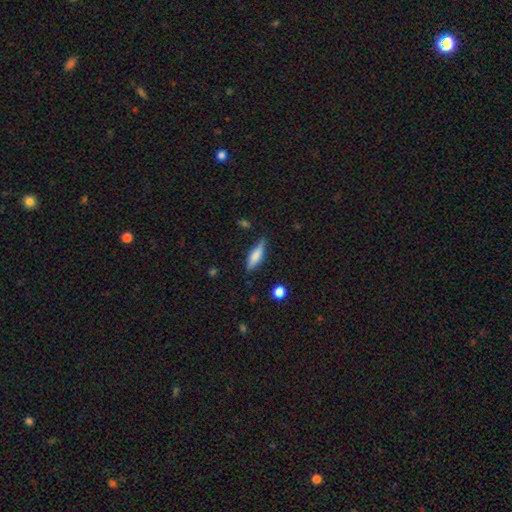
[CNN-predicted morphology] Smooth or featured: smooth — 61% (featured or disk — 31%)
How rounded: cigar-shaped — 60% (in between — 37%)
Merging: none — 82% (minor disturbance — 13%)